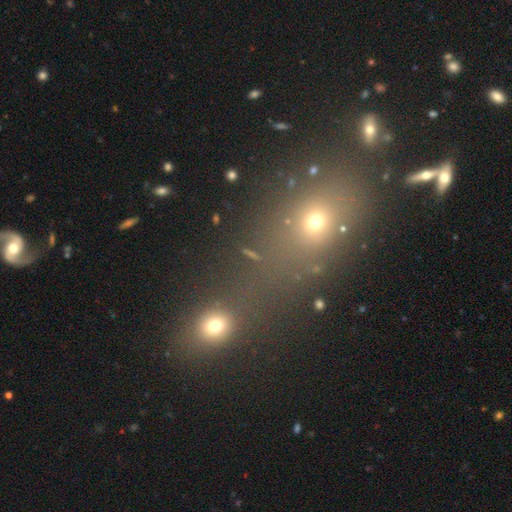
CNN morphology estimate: type=smooth (46%); merging=none (51%).